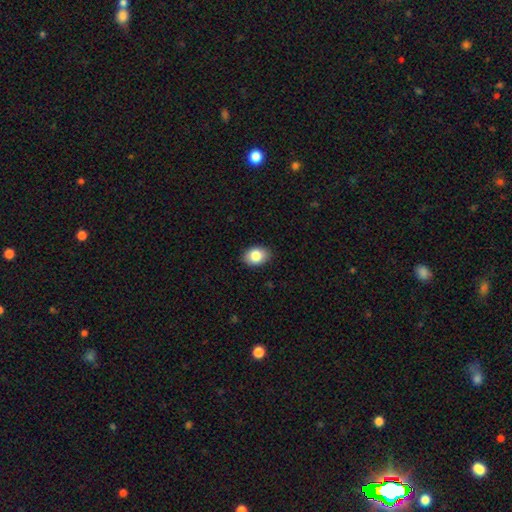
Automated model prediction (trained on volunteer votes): Smooth or featured? Predicted: smooth (p=0.84). How rounded? Predicted: in between (p=0.74). Merging? Predicted: none (p=0.89).